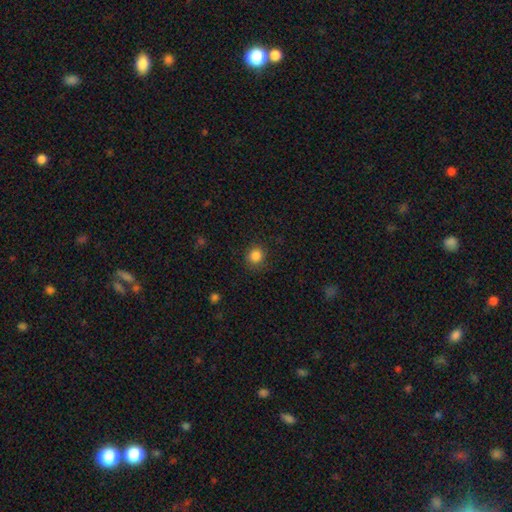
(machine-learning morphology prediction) smooth 85%, star or artifact 11%, featured or disk 4%. Down the decision tree: how rounded — round (88%); merging — none (86%).